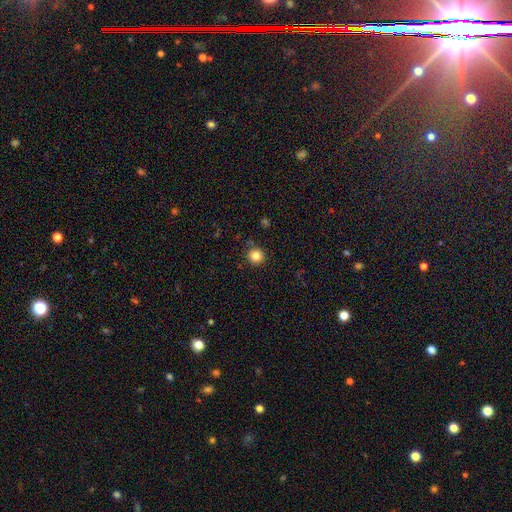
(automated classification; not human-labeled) Smooth or featured? Predicted: smooth (p=0.83). How rounded? Predicted: round (p=0.94). Merging? Predicted: none (p=0.90).